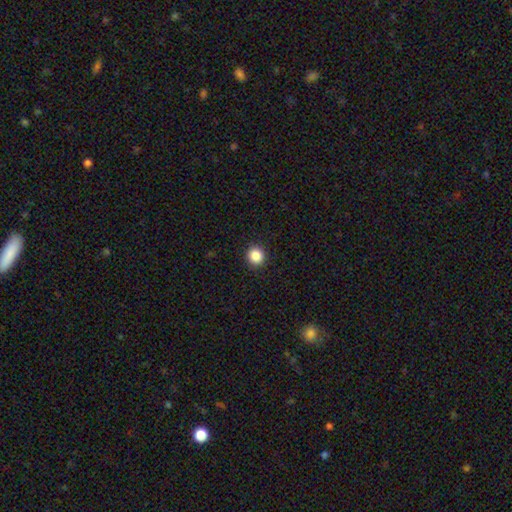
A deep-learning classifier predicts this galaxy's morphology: A smooth galaxy with no disk features (87%) that is round (92%). Merging: none (92%).